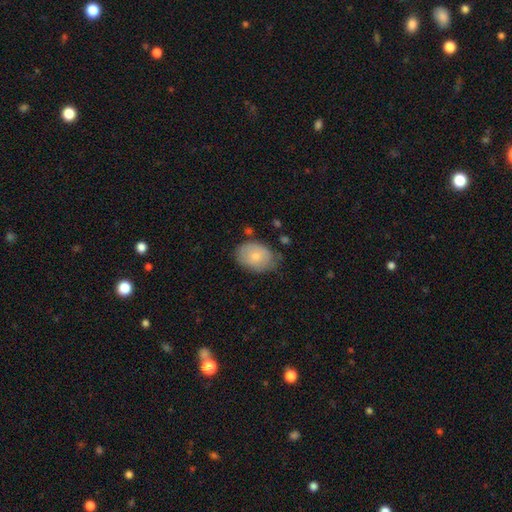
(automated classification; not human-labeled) Overall: smooth (76%). How rounded: in between (76%). Merging: none (66%; minor disturbance 26%).